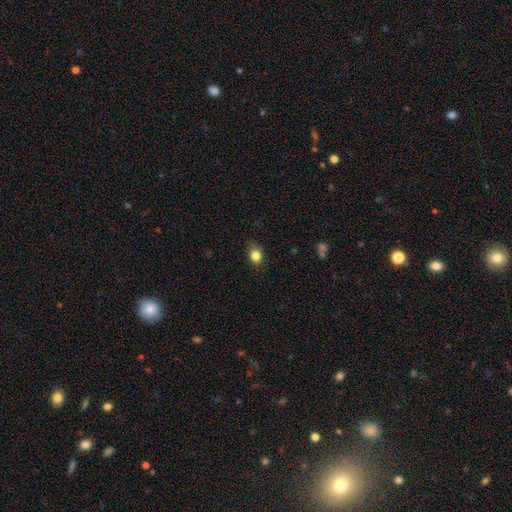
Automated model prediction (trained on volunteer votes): Smooth or featured? Predicted: smooth (p=0.82). How rounded? Predicted: round (p=0.61). Merging? Predicted: none (p=0.75).